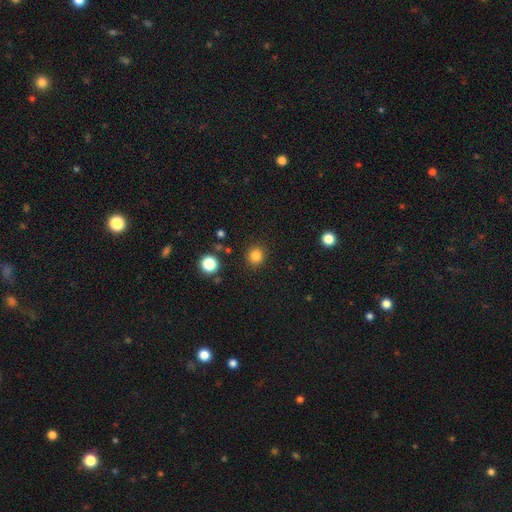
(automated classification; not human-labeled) smooth_or_featured: smooth (p=0.83) [alt: star or artifact p=0.13]
how_rounded: round (p=0.91) [alt: in between p=0.08]
merging: none (p=0.90) [alt: minor disturbance p=0.06]